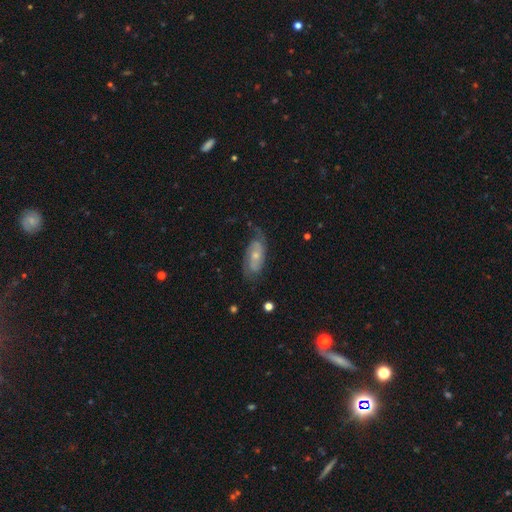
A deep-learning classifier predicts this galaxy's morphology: smooth-or-featured: featured or disk: 72% | smooth: 21% | star or artifact: 7%
  disk-edge-on: no: 92% | yes: 8%
    bar: no: 68% | weak: 26% | strong: 6%
    has-spiral-arms: yes: 89% | no: 11%
      spiral-winding: medium: 40% | tight: 38% | loose: 22%
      spiral-arm-count: 2: 66% | can't tell: 20% | 1: 6% | 3: 5% | 4: 2% | more than 4: 2%
    bulge-size: small: 55% | moderate: 40% | none: 2% | large: 2% | dominant: 1%
  merging: none: 61% | minor disturbance: 24% | major disturbance: 13% | merger: 2%